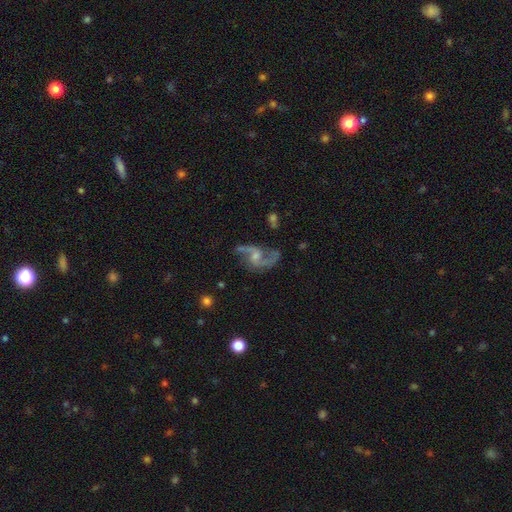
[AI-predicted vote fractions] A featured or disk galaxy (87%) with no bar (46%), 2 (90%) loose (62%) spiral arms (96%) and a small central bulge (49%).

Vote fractions:
- Smooth or featured? featured or disk: 87% / star or artifact: 7% / smooth: 6%
- Edge-on disk? no: 97% / yes: 3%
- Bar? no: 46% / weak: 43% / strong: 11%
- Spiral arms? yes: 96% / no: 4%
- Spiral winding? loose: 62% / medium: 32% / tight: 6%
- Spiral arm count? 2: 90% / can't tell: 3% / 1: 3% / 3: 2% / 4: 1% / more than 4: 1%
- Bulge size? small: 49% / moderate: 37% / none: 10% / large: 3% / dominant: 1%
- Merging? none: 64% / minor disturbance: 18% / major disturbance: 14% / merger: 3%